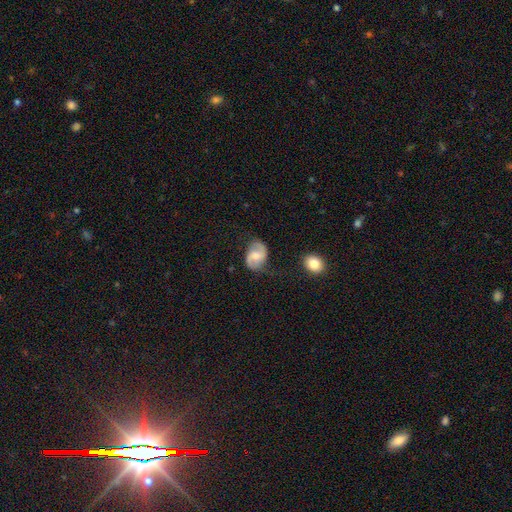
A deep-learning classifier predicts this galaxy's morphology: A featured or disk galaxy (70%) with a weak bar (50%), 2 (91%) medium (47%) spiral arms (93%) and a moderate central bulge (55%). Merging: none (75%).